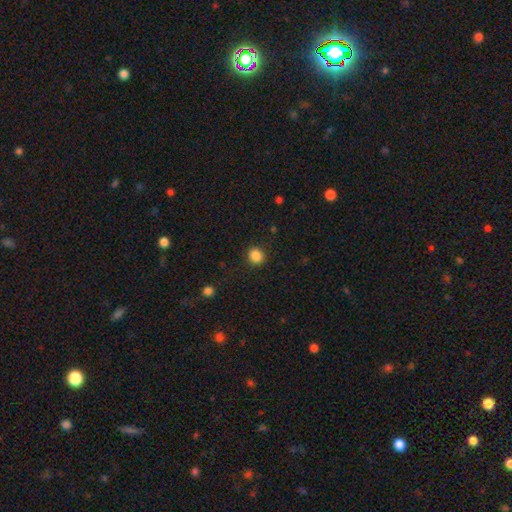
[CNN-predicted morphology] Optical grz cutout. It shows a smooth galaxy with no disk features (87%) that is round (77%). Merging: none (89%).